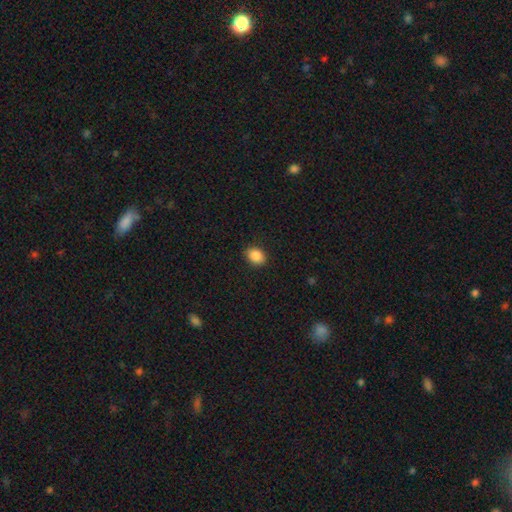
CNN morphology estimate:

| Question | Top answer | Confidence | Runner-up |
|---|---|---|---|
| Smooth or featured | smooth | 87% | star or artifact (9%) |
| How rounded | in between | 57% | round (43%) |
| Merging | none | 88% | minor disturbance (8%) |